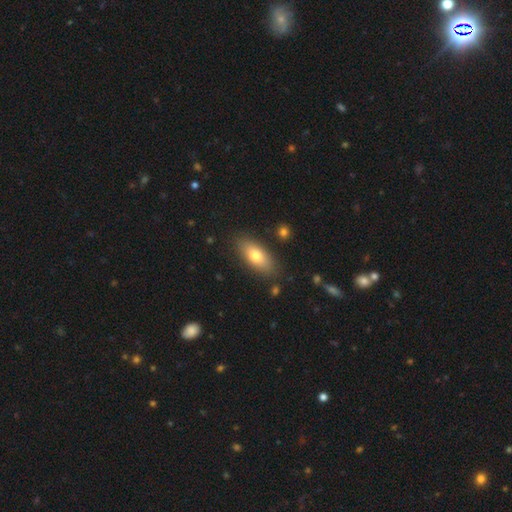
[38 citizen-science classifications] Smooth or featured: smooth — 66% (featured or disk — 26%)
How rounded: in between — 72% (cigar-shaped — 24%)
Merging: none — 66% (minor disturbance — 26%)